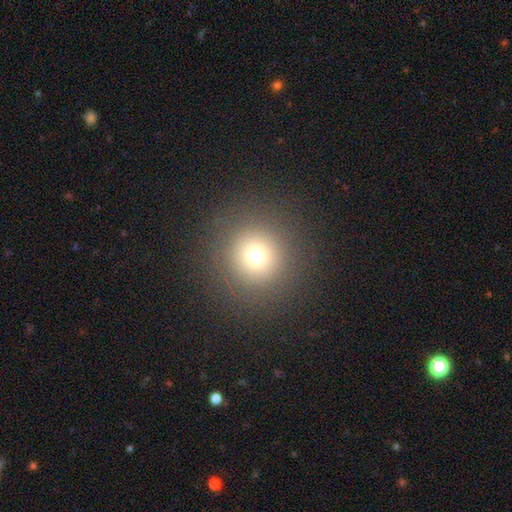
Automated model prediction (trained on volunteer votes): smooth_or_featured: smooth (p=0.71) [alt: star or artifact p=0.18]
how_rounded: round (p=0.95) [alt: in between p=0.04]
merging: none (p=0.90) [alt: minor disturbance p=0.06]